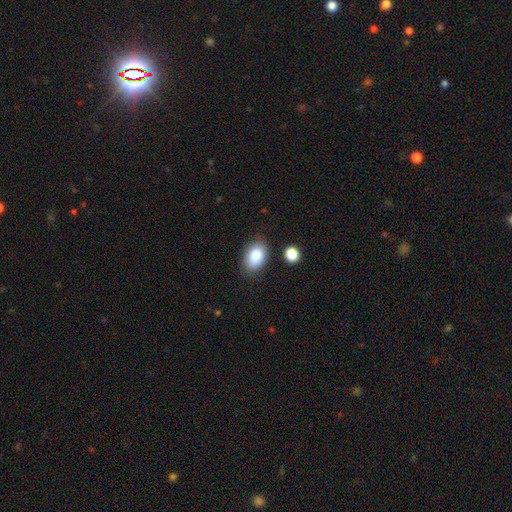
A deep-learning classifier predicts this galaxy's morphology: Smooth or featured: smooth — 84% (star or artifact — 8%)
How rounded: in between — 88% (round — 11%)
Merging: none — 82% (minor disturbance — 12%)